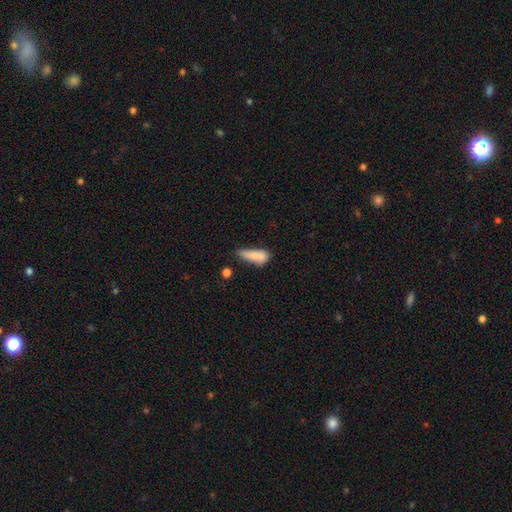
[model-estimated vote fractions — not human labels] The model was most divided on "merging": minor disturbance: 38%, none: 34%, major disturbance: 17%, merger: 11%. More confident: smooth or featured — smooth (78%); how rounded — in between (57%).